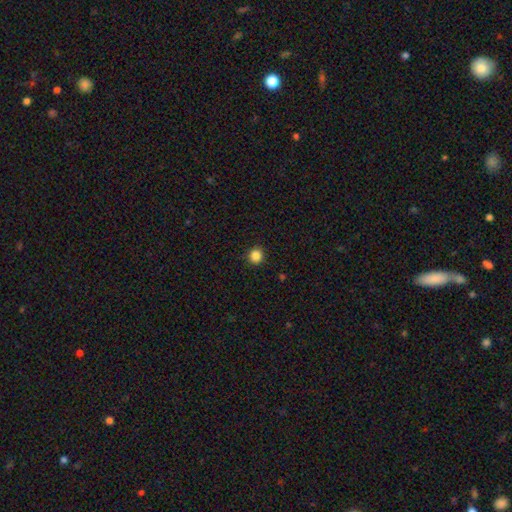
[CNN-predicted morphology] smooth_or_featured: smooth (p=0.86) [alt: star or artifact p=0.11]
how_rounded: round (p=0.92) [alt: in between p=0.07]
merging: none (p=0.92) [alt: minor disturbance p=0.06]